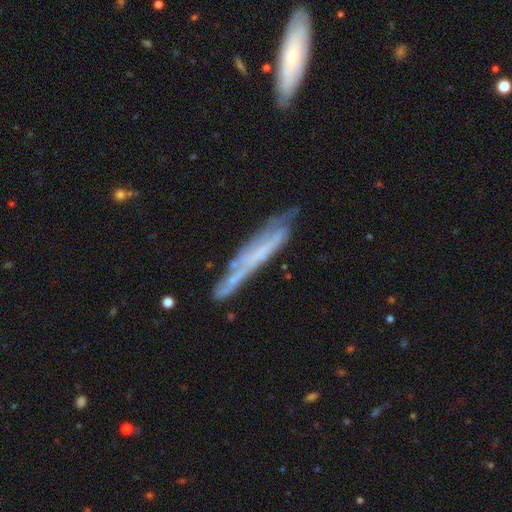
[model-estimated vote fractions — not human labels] Smooth or featured? Predicted: featured or disk (p=0.60). Edge-on disk? Predicted: yes (p=0.66). Merging? Predicted: none (p=0.60).